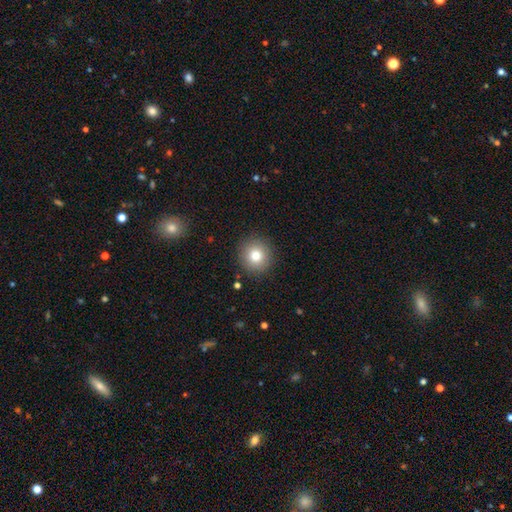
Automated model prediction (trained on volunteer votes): smooth-or-featured: smooth: 79% | star or artifact: 11% | featured or disk: 10%
  how-rounded: round: 93% | in between: 6% | cigar-shaped: 1%
  merging: none: 90% | minor disturbance: 6% | major disturbance: 2% | merger: 1%